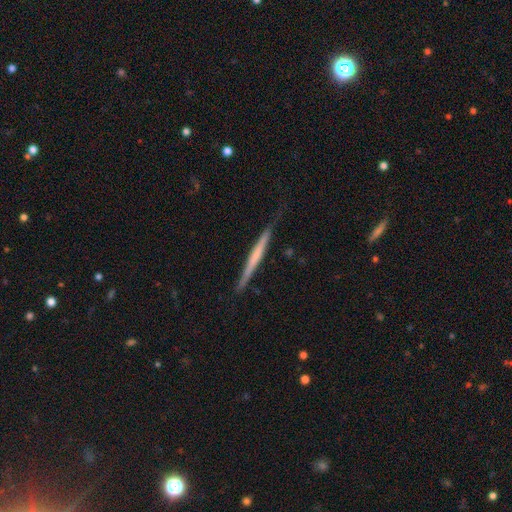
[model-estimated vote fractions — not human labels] Smooth or featured?
  - featured or disk: 56% *
  - smooth: 39%
  - star or artifact: 5%
Edge-on disk?
  - yes: 97% *
  - no: 3%
Edge-on bulge?
  - none: 75% *
  - rounded: 16%
  - boxy: 9%
Merging?
  - none: 79% *
  - minor disturbance: 16%
  - major disturbance: 3%
  - merger: 2%